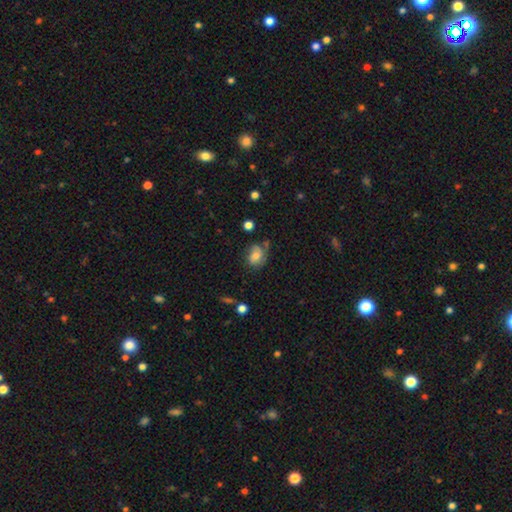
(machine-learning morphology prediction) The model was most divided on "how rounded": in between: 58%, round: 41%, cigar-shaped: 1%. More confident: smooth or featured — smooth (67%); merging — none (54%).